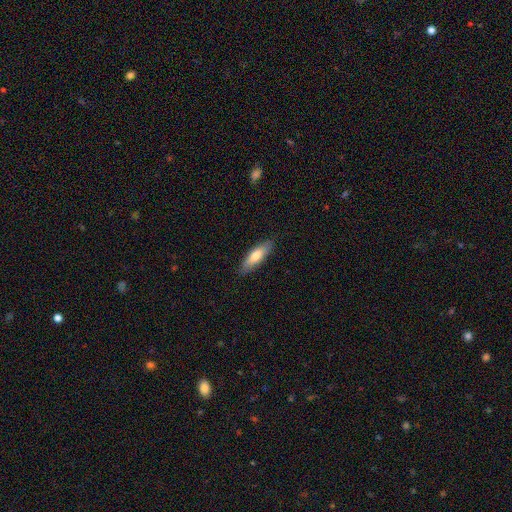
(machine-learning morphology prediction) smooth_or_featured: smooth (p=0.72) [alt: featured or disk p=0.22]
how_rounded: cigar-shaped (p=0.55) [alt: in between p=0.43]
merging: none (p=0.87) [alt: minor disturbance p=0.10]